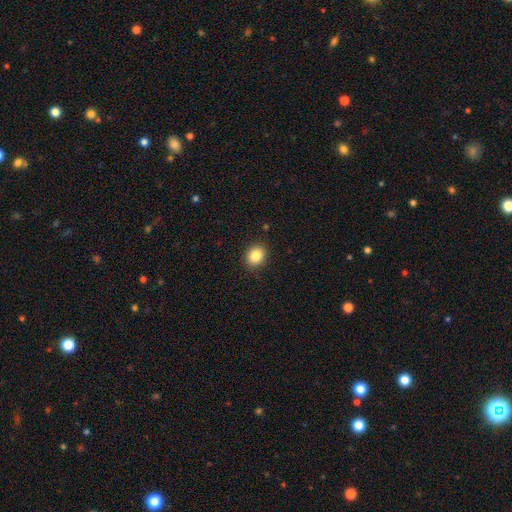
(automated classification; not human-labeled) This is clearly a smooth galaxy (85%). How rounded: likely round (66%). Merging: clearly none (89%).